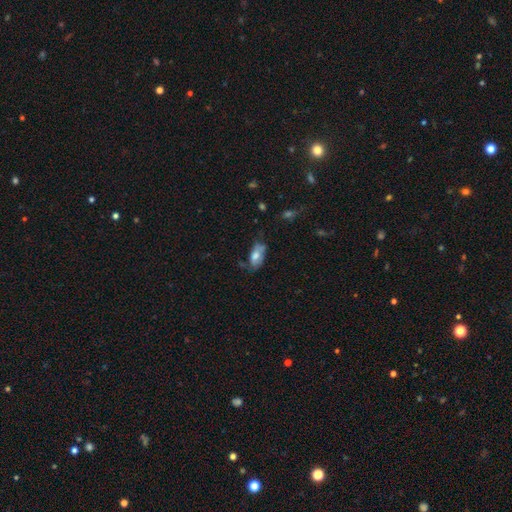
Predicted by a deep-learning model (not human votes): smooth-or-featured: smooth: 64% | featured or disk: 29% | star or artifact: 8%
  how-rounded: in between: 88% | cigar-shaped: 8% | round: 4%
  merging: none: 48% | minor disturbance: 33% | major disturbance: 14% | merger: 5%